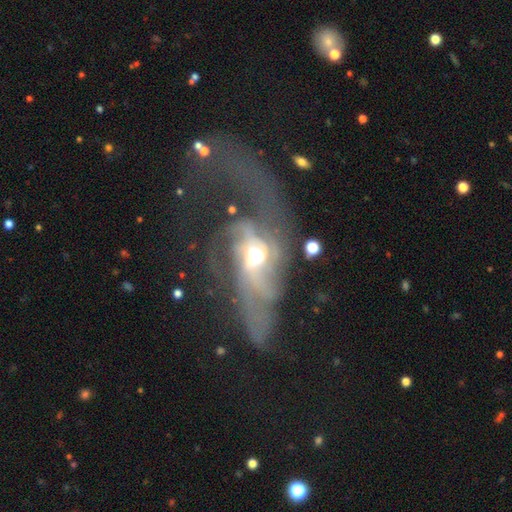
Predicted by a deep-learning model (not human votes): The model was most divided on "bar": no: 53%, weak: 32%, strong: 15%. More confident: edge-on disk — no (94%); smooth or featured — featured or disk (74%); spiral arms — yes (69%); bulge size — moderate (62%); merging — major disturbance (58%).